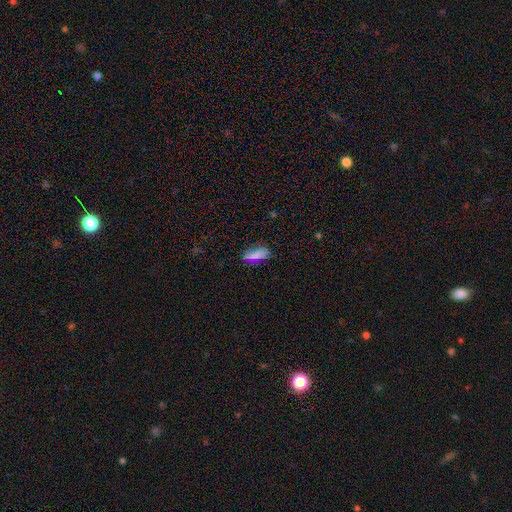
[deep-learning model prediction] smooth 76%, star or artifact 13%, featured or disk 11%. Down the decision tree: how rounded — in between (69%); merging — none (70%).